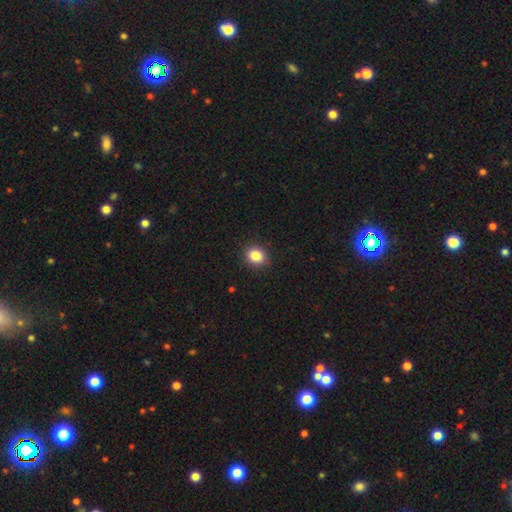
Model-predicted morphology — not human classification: smooth_or_featured: smooth (p=0.85) [alt: star or artifact p=0.10]
how_rounded: round (p=0.68) [alt: in between p=0.31]
merging: none (p=0.91) [alt: minor disturbance p=0.07]